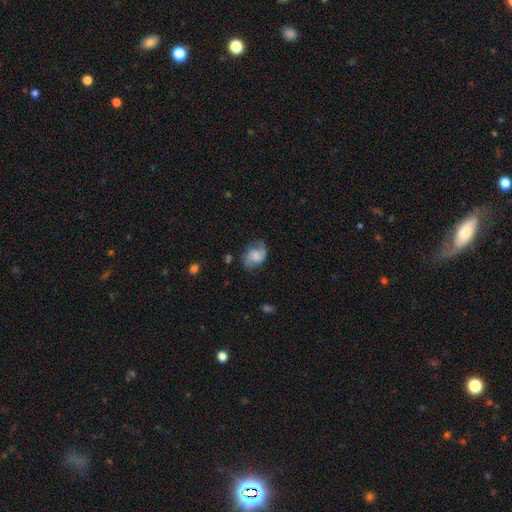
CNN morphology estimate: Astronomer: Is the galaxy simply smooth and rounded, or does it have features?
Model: featured or disk — 58% (runner-up: smooth, 33%).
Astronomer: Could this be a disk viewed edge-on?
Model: no — 97%.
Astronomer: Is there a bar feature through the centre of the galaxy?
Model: no — 59%.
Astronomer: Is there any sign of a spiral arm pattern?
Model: yes — 90%.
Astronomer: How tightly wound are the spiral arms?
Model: medium — 44% (runner-up: loose, 37%).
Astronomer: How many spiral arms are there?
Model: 2 — 85%.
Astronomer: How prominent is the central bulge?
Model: none — 29% (runner-up: small, 27%).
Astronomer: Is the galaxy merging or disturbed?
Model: none — 65%.